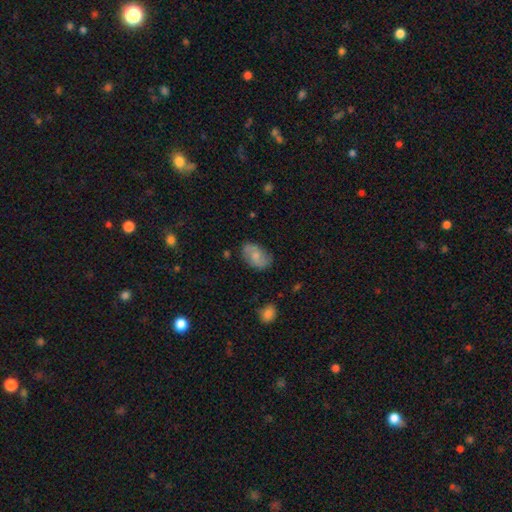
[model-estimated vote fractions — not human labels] A smooth galaxy with no disk features (47%). Merging: none (77%).